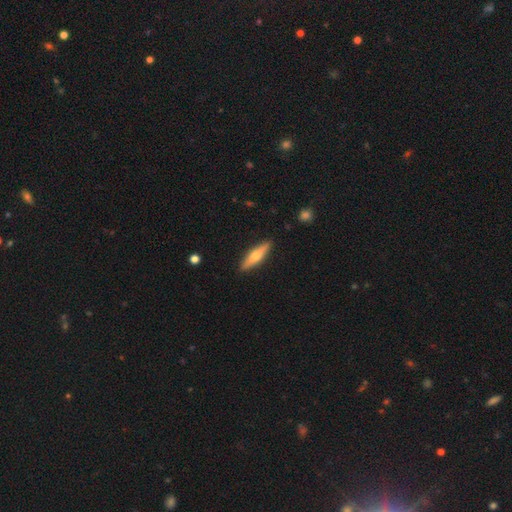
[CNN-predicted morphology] Smooth or featured?
  - smooth: 51% *
  - featured or disk: 44%
  - star or artifact: 5%
How rounded?
  - cigar-shaped: 71% *
  - in between: 27%
  - round: 2%
Merging?
  - none: 89% *
  - minor disturbance: 8%
  - major disturbance: 2%
  - merger: 1%